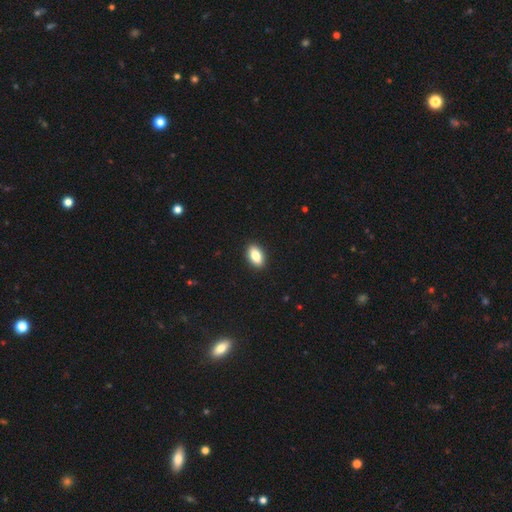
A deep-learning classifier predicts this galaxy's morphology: This appears to be a smooth galaxy with no disk features (85%) that is in between round and cigar-shaped (91%). Merging: none (91%).